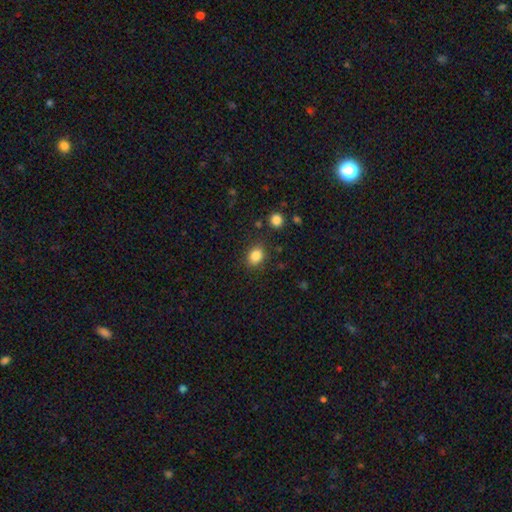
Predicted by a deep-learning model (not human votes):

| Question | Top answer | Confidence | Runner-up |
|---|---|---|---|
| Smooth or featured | smooth | 84% | star or artifact (10%) |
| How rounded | in between | 57% | round (42%) |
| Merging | none | 83% | minor disturbance (11%) |